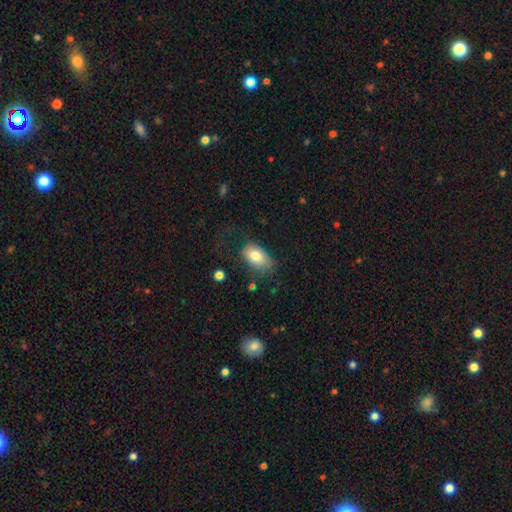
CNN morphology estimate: Q: Smooth or featured?
A: smooth (78%); runner-up: featured or disk (15%)
Q: How rounded?
A: in between (91%); runner-up: round (7%)
Q: Merging?
A: none (53%); runner-up: minor disturbance (29%)